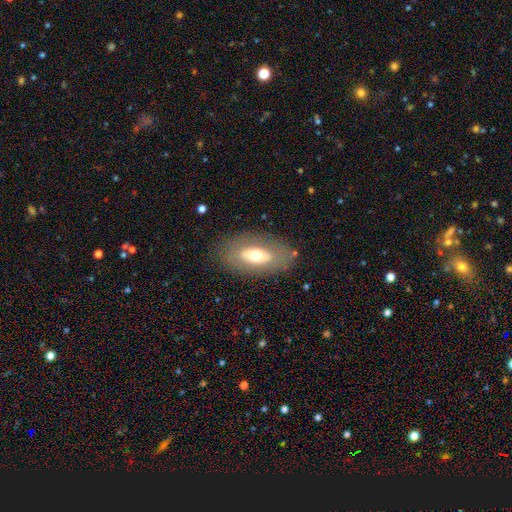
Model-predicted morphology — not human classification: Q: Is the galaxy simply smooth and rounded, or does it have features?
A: smooth — 52%.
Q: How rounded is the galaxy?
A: in between — 88%.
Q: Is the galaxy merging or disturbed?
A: none — 80%.